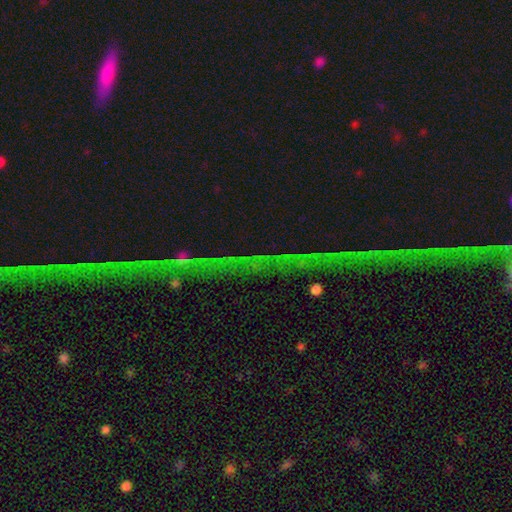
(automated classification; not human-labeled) Overall: star or artifact (77%).